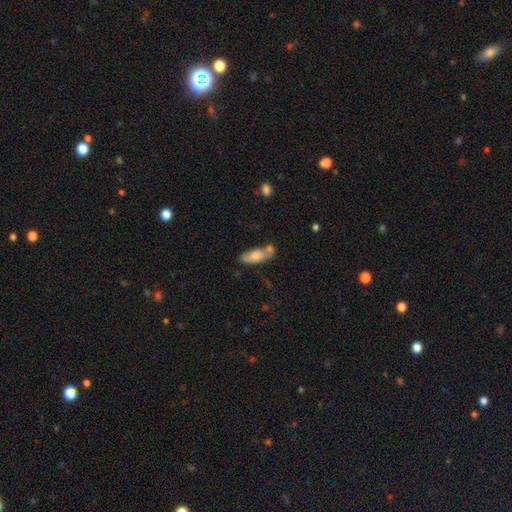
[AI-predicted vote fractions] Morphology: type=smooth (73%); roundness=in between (73%); merging=none (50%).